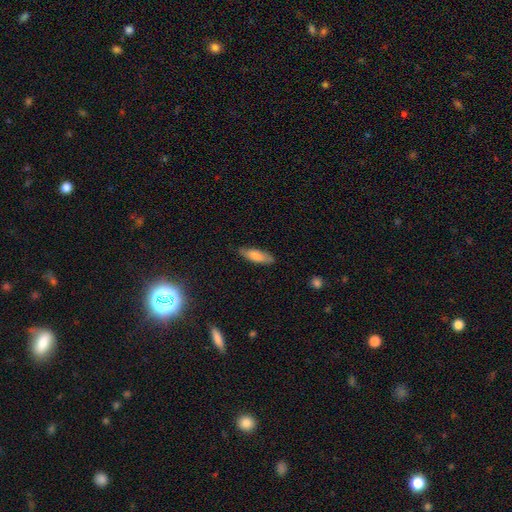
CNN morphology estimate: smooth_or_featured: smooth (p=0.75) [alt: featured or disk p=0.19]
how_rounded: cigar-shaped (p=0.51) [alt: in between p=0.47]
merging: none (p=0.81) [alt: minor disturbance p=0.15]